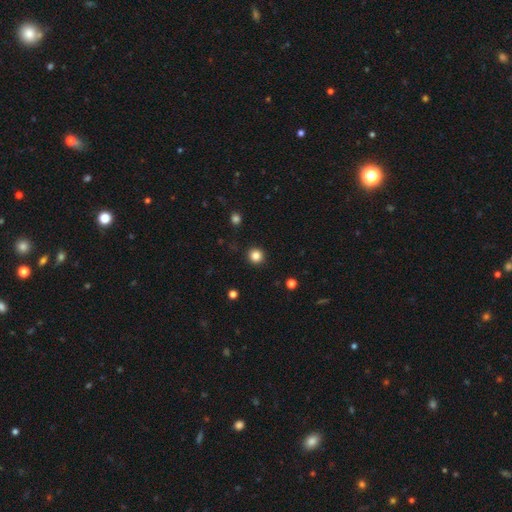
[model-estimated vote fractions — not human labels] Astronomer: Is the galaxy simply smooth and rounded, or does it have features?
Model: smooth — 84%.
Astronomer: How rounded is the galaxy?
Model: round — 95%.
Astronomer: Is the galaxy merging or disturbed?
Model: none — 92%.